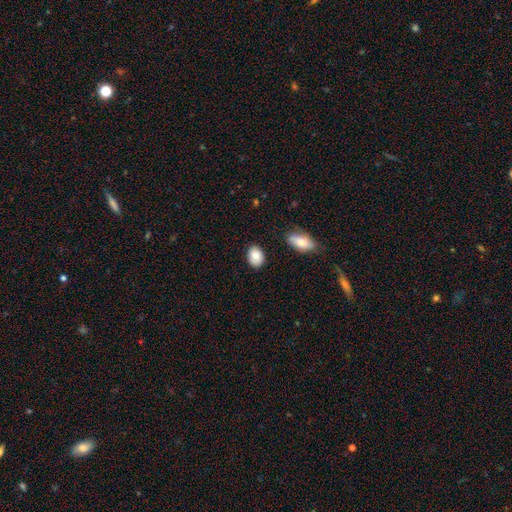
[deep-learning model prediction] A smooth galaxy with no disk features (86%) that is in between round and cigar-shaped (73%). Merging: none (84%).